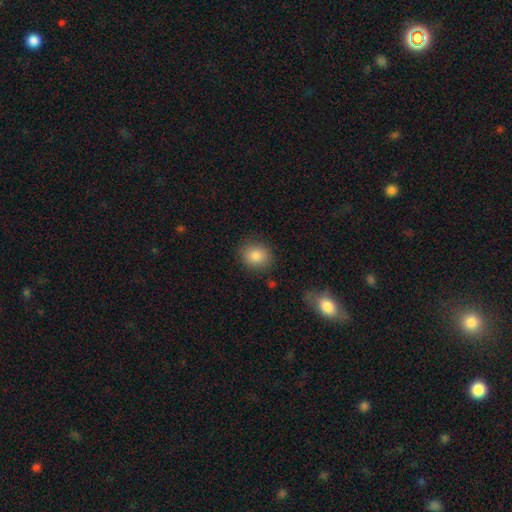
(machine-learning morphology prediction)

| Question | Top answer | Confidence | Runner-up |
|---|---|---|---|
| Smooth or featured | smooth | 85% | star or artifact (9%) |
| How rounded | round | 67% | in between (32%) |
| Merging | none | 85% | minor disturbance (10%) |